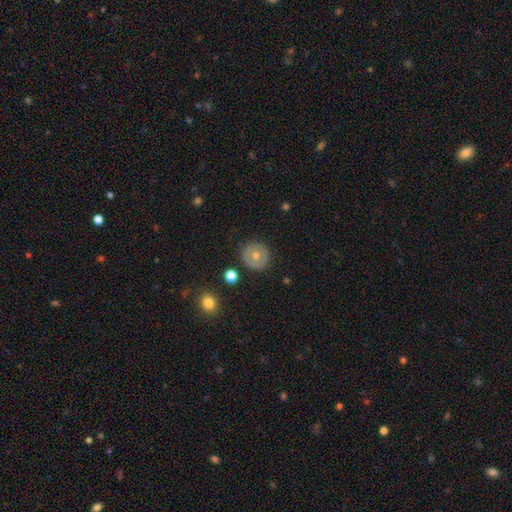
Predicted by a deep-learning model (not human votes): smooth-or-featured: smooth: 53% | featured or disk: 38% | star or artifact: 9%
  how-rounded: round: 93% | in between: 6% | cigar-shaped: 1%
  merging: none: 89% | minor disturbance: 8% | major disturbance: 2% | merger: 2%